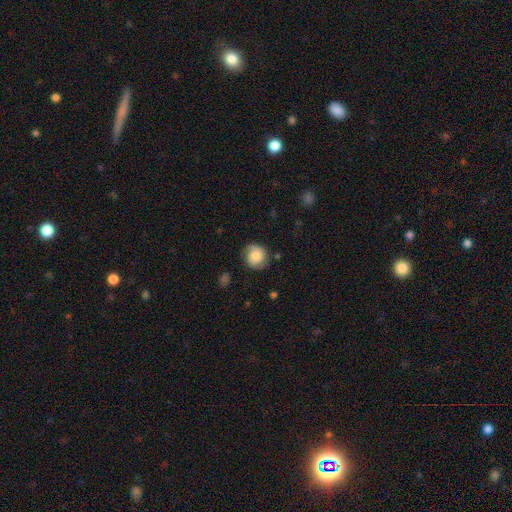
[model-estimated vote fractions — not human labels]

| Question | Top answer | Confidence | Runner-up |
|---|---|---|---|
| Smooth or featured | smooth | 71% | featured or disk (21%) |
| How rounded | round | 86% | in between (13%) |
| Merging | none | 76% | minor disturbance (18%) |